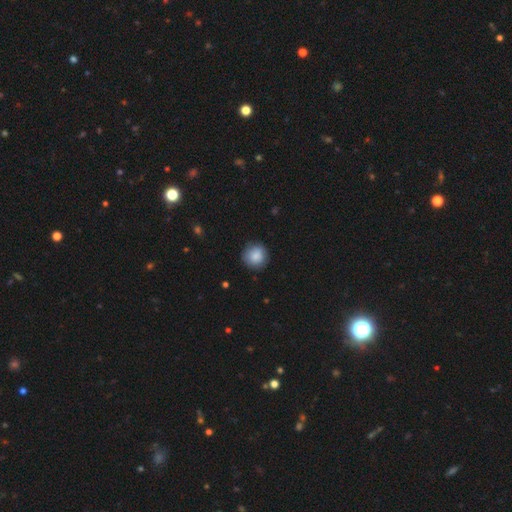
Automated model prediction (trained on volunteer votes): The model was most divided on "merging": none: 86%, minor disturbance: 11%, major disturbance: 2%, merger: 1%. More confident: how rounded — round (92%); smooth or featured — smooth (87%).